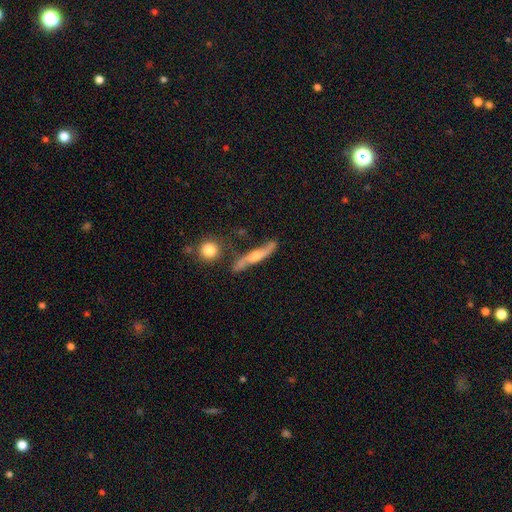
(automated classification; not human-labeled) Morphology: type=featured or disk (70%); edge-on=yes (61%); merging=none (69%).